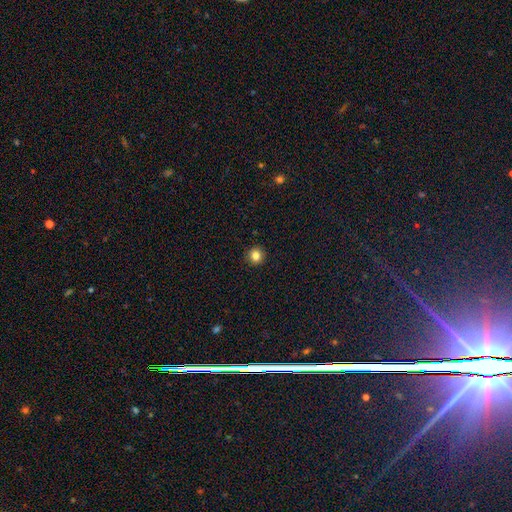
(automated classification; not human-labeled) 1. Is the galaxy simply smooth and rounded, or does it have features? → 83% smooth, 12% star or artifact, 5% featured or disk.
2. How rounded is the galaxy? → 93% round, 6% in between, 1% cigar-shaped.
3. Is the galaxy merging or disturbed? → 93% none, 5% minor disturbance, 2% major disturbance, 1% merger.